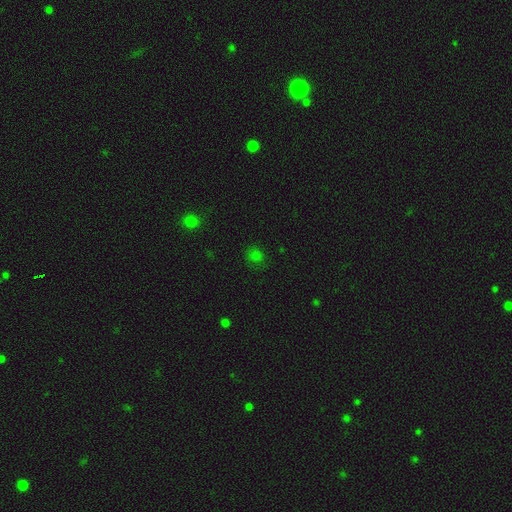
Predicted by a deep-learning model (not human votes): Smooth or featured: smooth — 72% (star or artifact — 24%)
How rounded: round — 78% (in between — 21%)
Merging: none — 81% (minor disturbance — 13%)